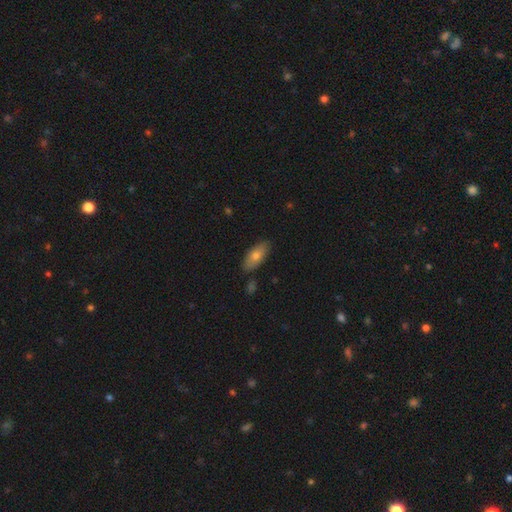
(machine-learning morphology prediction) smooth_or_featured: smooth (p=0.73) [alt: featured or disk p=0.20]
how_rounded: in between (p=0.83) [alt: cigar-shaped p=0.14]
merging: none (p=0.82) [alt: minor disturbance p=0.13]